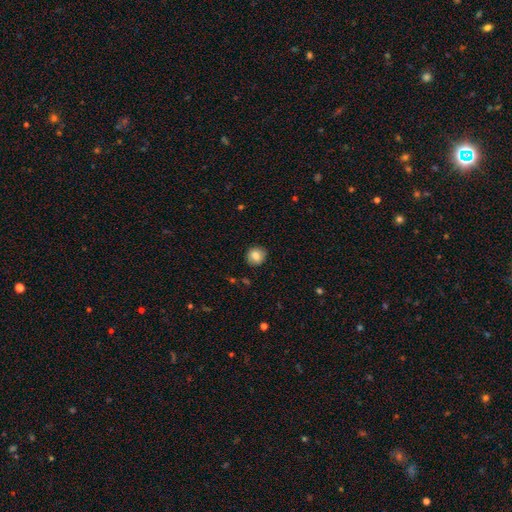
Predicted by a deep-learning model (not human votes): smooth_or_featured: smooth (p=0.82) [alt: featured or disk p=0.09]
how_rounded: round (p=0.84) [alt: in between p=0.15]
merging: none (p=0.86) [alt: minor disturbance p=0.11]